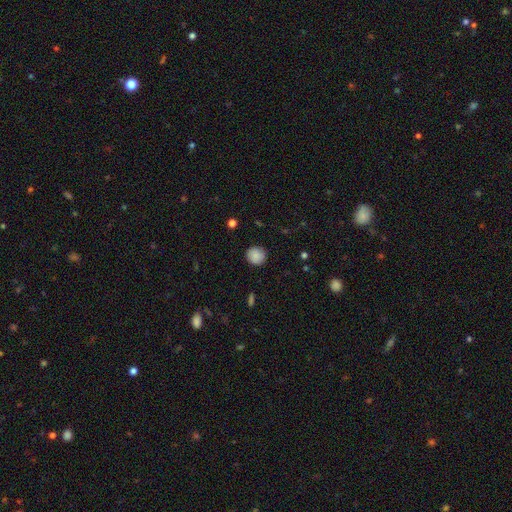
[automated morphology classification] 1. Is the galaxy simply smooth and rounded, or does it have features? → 86% smooth, 8% star or artifact, 6% featured or disk.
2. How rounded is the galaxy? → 91% round, 9% in between, 1% cigar-shaped.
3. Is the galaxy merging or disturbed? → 87% none, 9% minor disturbance, 2% major disturbance, 1% merger.